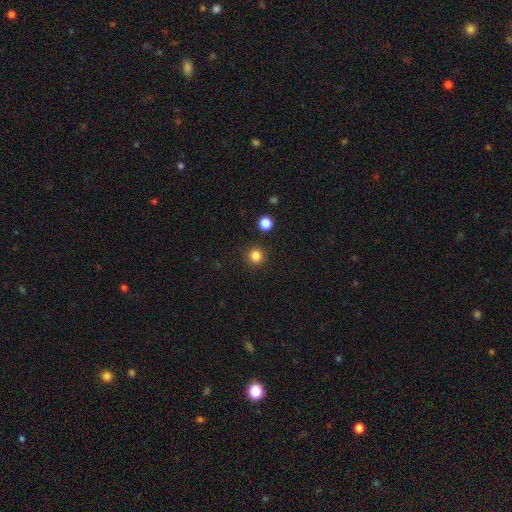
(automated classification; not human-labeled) Overall: smooth (84%). How rounded: round (95%). Merging: none (91%).